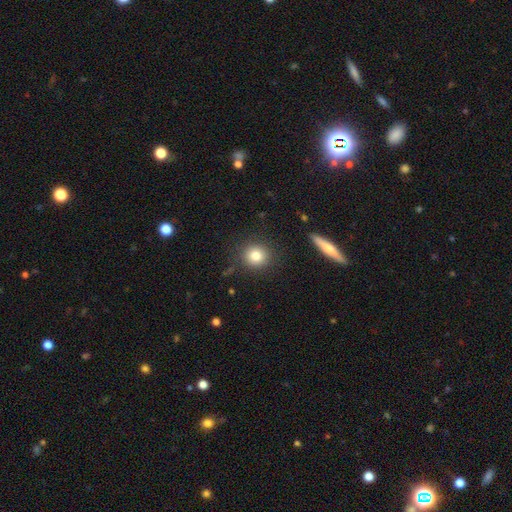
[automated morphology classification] This is clearly a smooth galaxy (82%). How rounded: clearly round (89%). Merging: clearly none (88%).